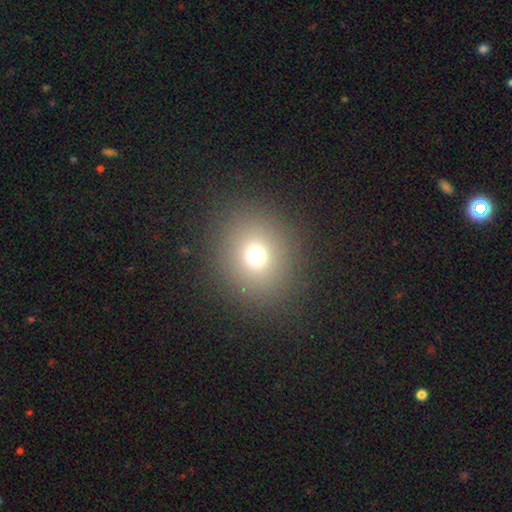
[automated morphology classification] Smooth or featured? Predicted: smooth (p=0.70). How rounded? Predicted: round (p=0.80). Merging? Predicted: none (p=0.87).